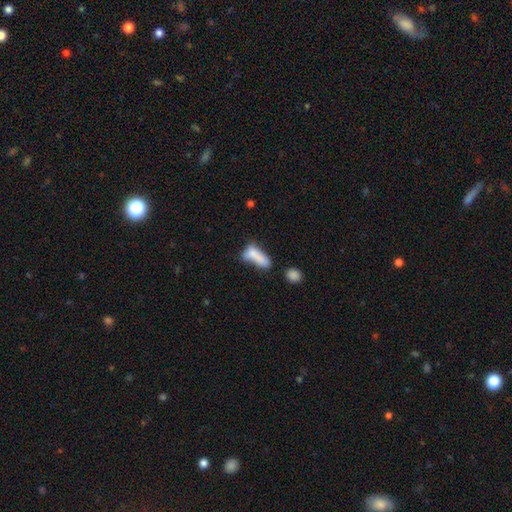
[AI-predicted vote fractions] Smooth or featured? Predicted: smooth (p=0.74). How rounded? Predicted: in between (p=0.65). Merging? Predicted: merger (p=0.32).